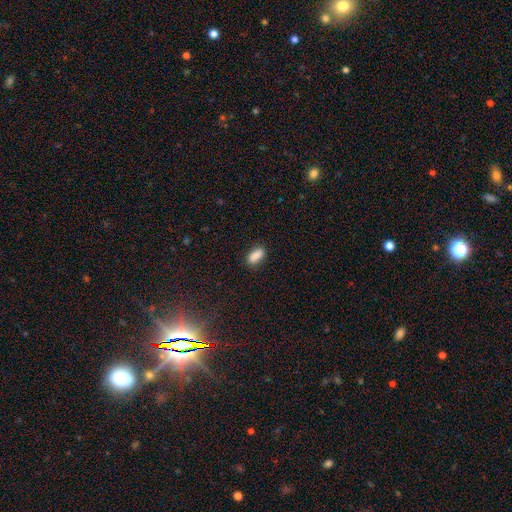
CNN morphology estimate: The model was most divided on "merging": none: 82%, minor disturbance: 13%, major disturbance: 3%, merger: 2%. More confident: smooth or featured — smooth (87%); how rounded — in between (85%).